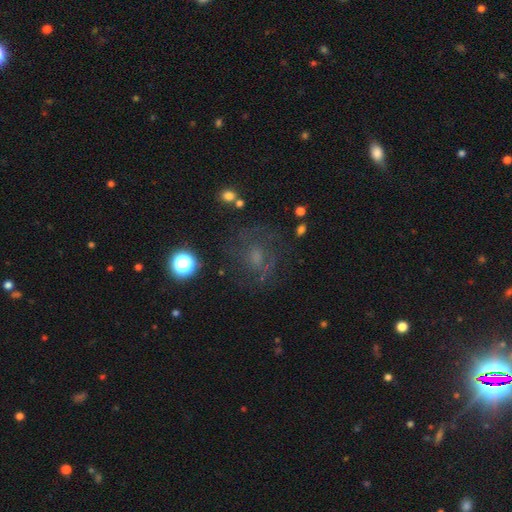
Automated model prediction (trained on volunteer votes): featured or disk 50%, smooth 26%, star or artifact 24%. Down the decision tree: edge-on disk — no (97%); merging — none (68%).